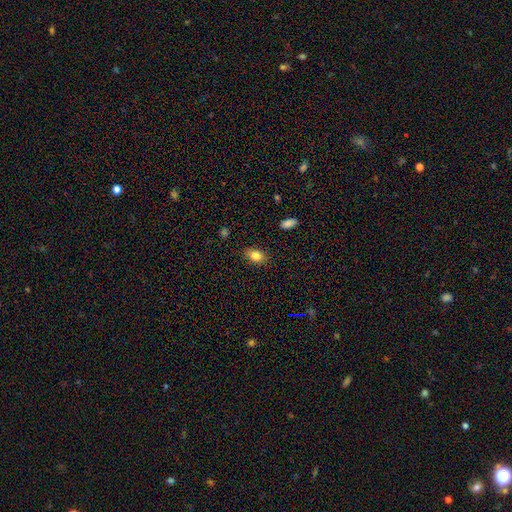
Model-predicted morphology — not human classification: A smooth galaxy with no disk features (83%) that is in between round and cigar-shaped (79%).

Vote fractions:
- Smooth or featured? smooth: 83% / star or artifact: 9% / featured or disk: 8%
- How rounded? in between: 79% / round: 19% / cigar-shaped: 2%
- Merging? none: 84% / minor disturbance: 12% / major disturbance: 3% / merger: 1%